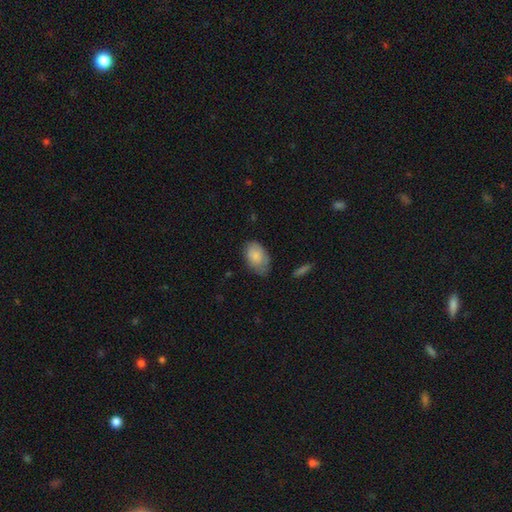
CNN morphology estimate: Smooth or featured?
  - smooth: 83% *
  - featured or disk: 10%
  - star or artifact: 6%
How rounded?
  - in between: 91% *
  - round: 8%
  - cigar-shaped: 1%
Merging?
  - none: 62% *
  - minor disturbance: 30%
  - major disturbance: 7%
  - merger: 2%